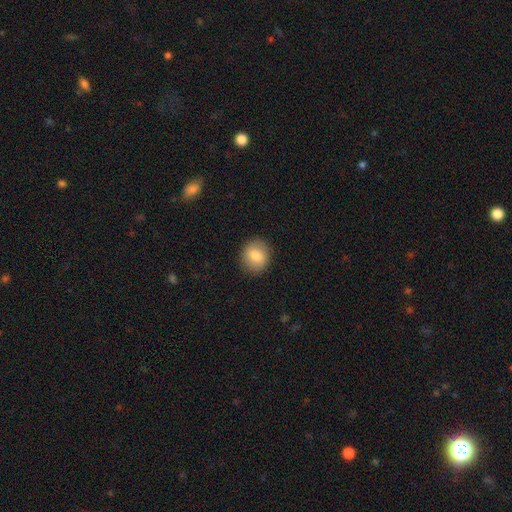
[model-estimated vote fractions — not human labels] smooth 78%, featured or disk 14%, star or artifact 8%. Down the decision tree: how rounded — round (77%); merging — none (88%).